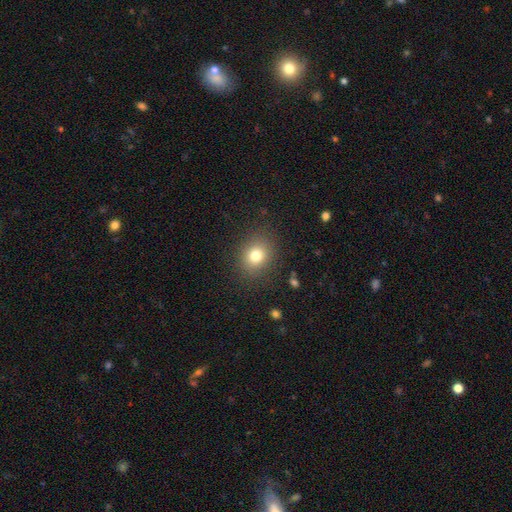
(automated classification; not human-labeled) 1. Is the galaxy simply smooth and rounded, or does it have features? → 78% smooth, 12% star or artifact, 9% featured or disk.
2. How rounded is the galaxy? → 57% round, 42% in between, 1% cigar-shaped.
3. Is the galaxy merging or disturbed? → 85% none, 9% minor disturbance, 4% major disturbance, 1% merger.